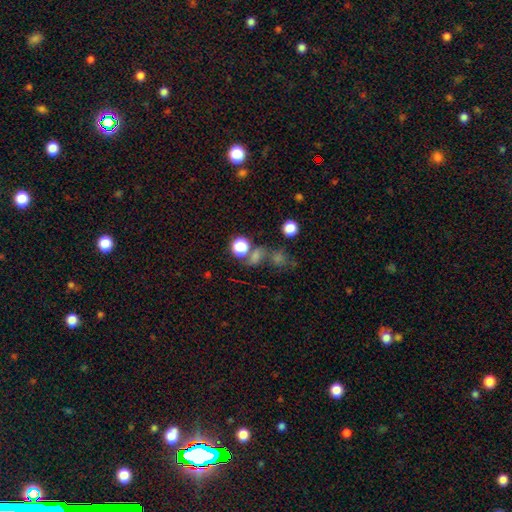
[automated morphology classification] Overall: smooth (54%; star or artifact 33%). How rounded: round (67%; in between 30%). Merging: none (48%; merger 27%).